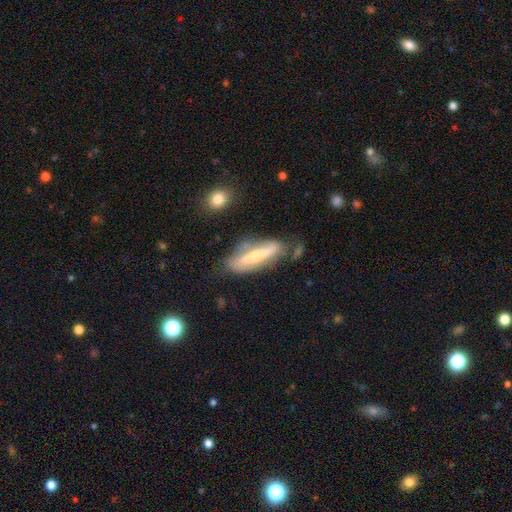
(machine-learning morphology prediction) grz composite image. It shows a featured or disk galaxy (61%) viewed edge-on (55%). Merging: none (62%).